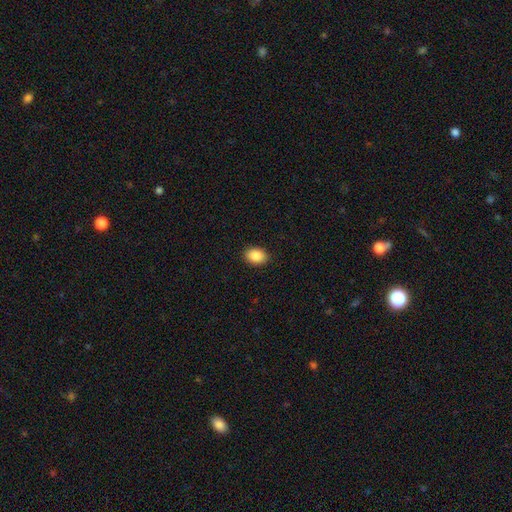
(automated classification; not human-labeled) This is clearly a smooth galaxy (89%). How rounded: clearly in between (81%). Merging: clearly none (90%).